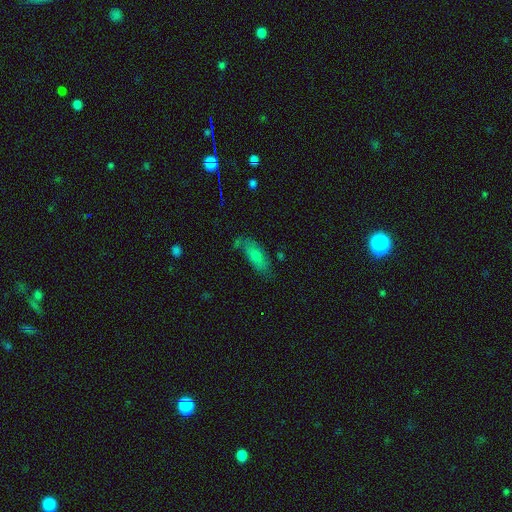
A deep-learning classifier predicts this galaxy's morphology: A smooth galaxy with no disk features (59%) that is in between round and cigar-shaped (66%).

Vote fractions:
- Smooth or featured? smooth: 59% / featured or disk: 31% / star or artifact: 11%
- How rounded? in between: 66% / cigar-shaped: 30% / round: 3%
- Merging? none: 66% / minor disturbance: 22% / major disturbance: 7% / merger: 5%